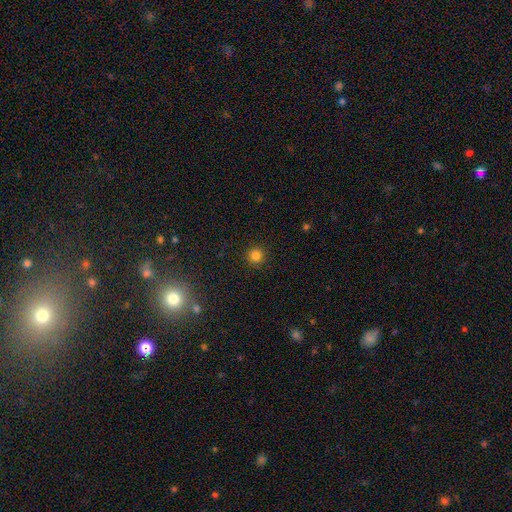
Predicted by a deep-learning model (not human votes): Morphology: type=smooth (82%); roundness=round (95%); merging=none (92%).